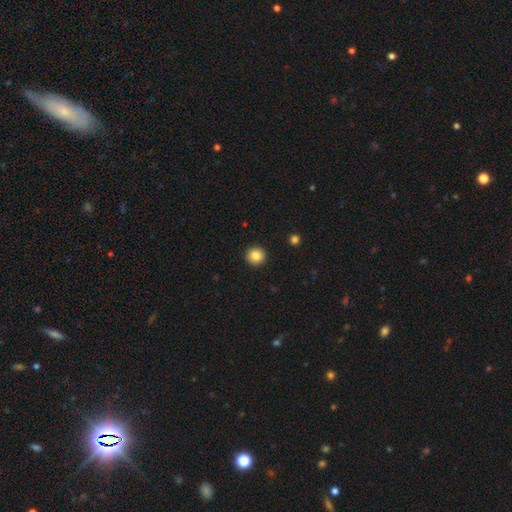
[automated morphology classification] smooth-or-featured: smooth: 85% | star or artifact: 10% | featured or disk: 5%
  how-rounded: round: 95% | in between: 4% | cigar-shaped: 1%
  merging: none: 93% | minor disturbance: 4% | major disturbance: 1% | merger: 1%